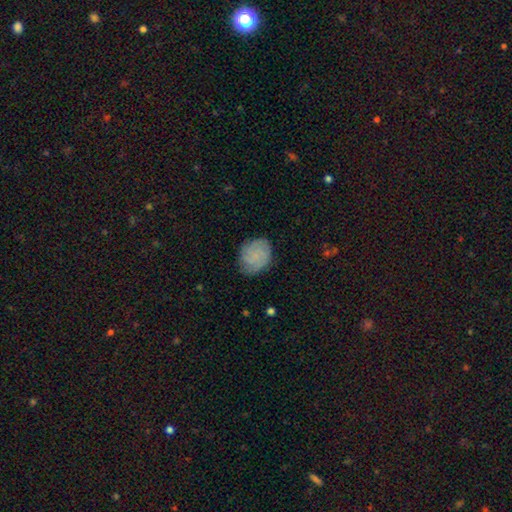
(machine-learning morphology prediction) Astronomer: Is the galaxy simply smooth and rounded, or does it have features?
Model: smooth — 58%.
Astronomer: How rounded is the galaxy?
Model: round — 52% (runner-up: in between, 47%).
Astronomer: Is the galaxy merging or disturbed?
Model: none — 74%.